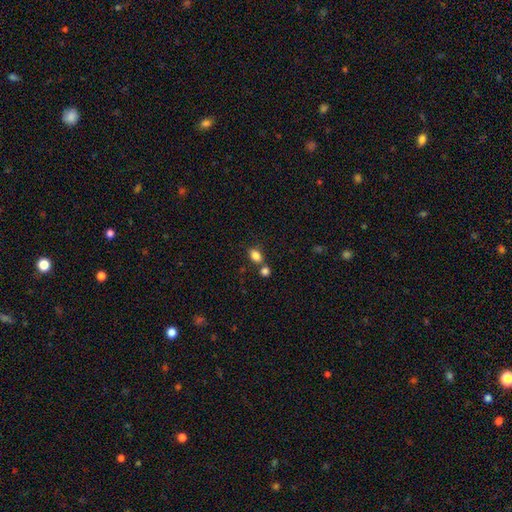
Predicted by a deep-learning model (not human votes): smooth 84%, star or artifact 10%, featured or disk 6%. Down the decision tree: how rounded — in between (79%); merging — none (61%).